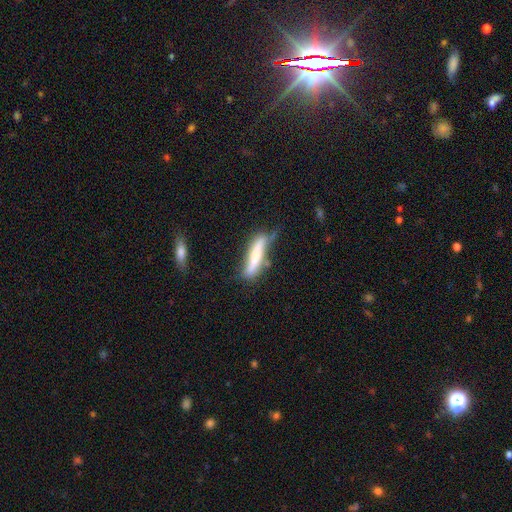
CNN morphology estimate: This is possibly a smooth galaxy (55%). How rounded: clearly cigar-shaped (84%). Merging: possibly none (47%).